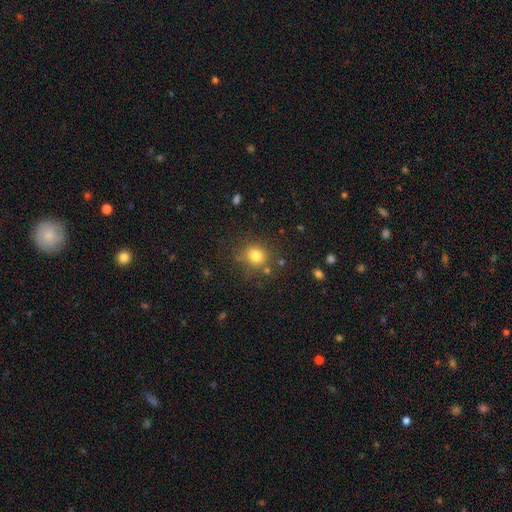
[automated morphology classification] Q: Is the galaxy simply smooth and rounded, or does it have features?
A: smooth — 78%.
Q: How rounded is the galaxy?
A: round — 81%.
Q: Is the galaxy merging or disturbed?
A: none — 78%.